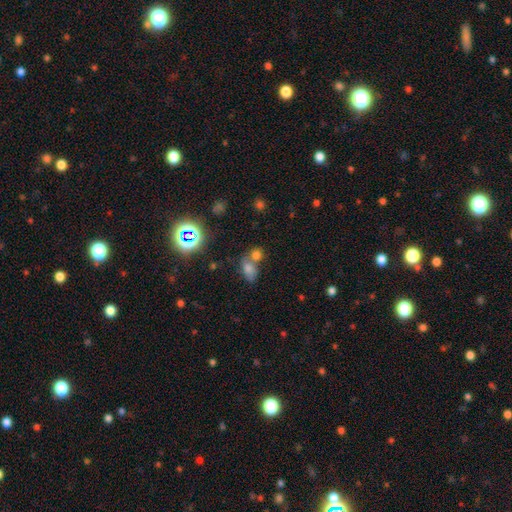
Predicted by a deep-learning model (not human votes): smooth 67%, star or artifact 22%, featured or disk 11%. Down the decision tree: how rounded — in between (59%); merging — merger (52%).